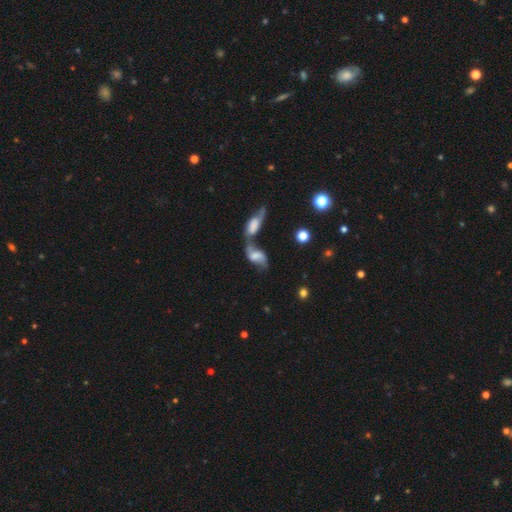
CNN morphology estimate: A featured or disk galaxy (63%) with no bar (46%), spiral arms (84%) and a moderate central bulge (28%). Merging: merger (70%).